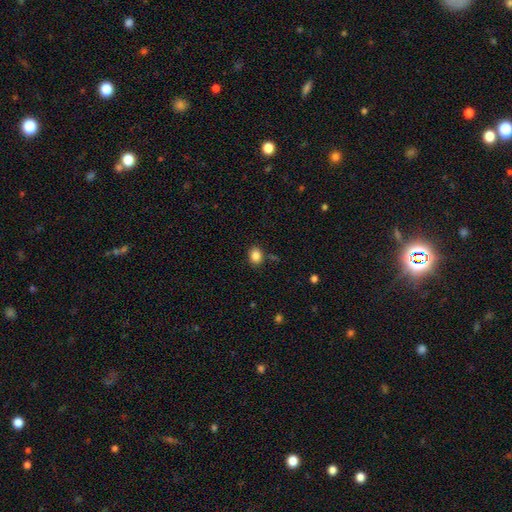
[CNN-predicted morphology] Q: Smooth or featured?
A: smooth (85%); runner-up: star or artifact (10%)
Q: How rounded?
A: round (54%); runner-up: in between (45%)
Q: Merging?
A: none (82%); runner-up: minor disturbance (11%)